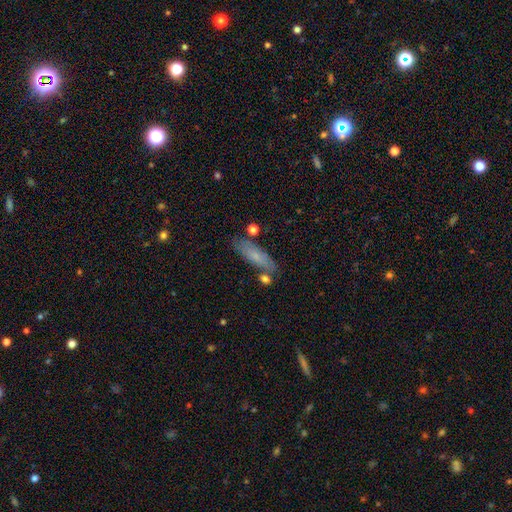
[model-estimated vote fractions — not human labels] smooth_or_featured: smooth (p=0.68) [alt: featured or disk p=0.25]
how_rounded: cigar-shaped (p=0.55) [alt: in between p=0.42]
merging: none (p=0.72) [alt: minor disturbance p=0.16]